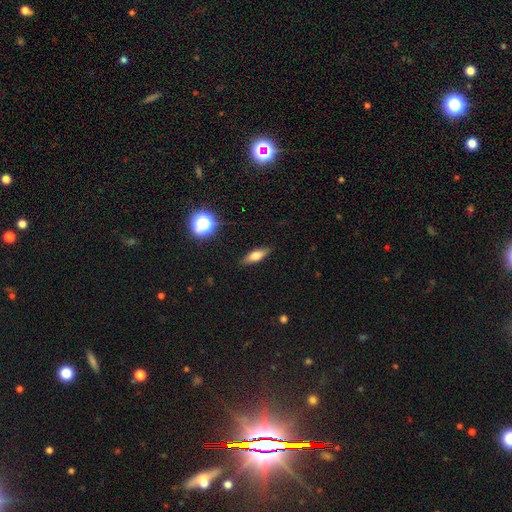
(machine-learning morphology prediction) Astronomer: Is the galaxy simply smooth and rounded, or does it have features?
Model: smooth — 64%.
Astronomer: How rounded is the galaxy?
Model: in between — 52% (runner-up: cigar-shaped, 43%).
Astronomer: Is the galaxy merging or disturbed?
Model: none — 86%.